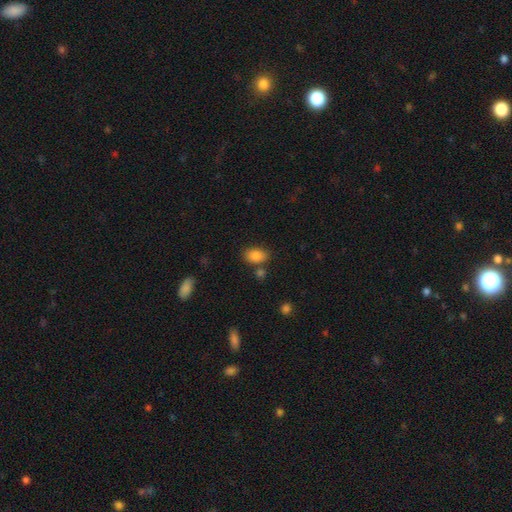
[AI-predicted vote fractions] Smooth or featured?
  - smooth: 85% *
  - star or artifact: 9%
  - featured or disk: 7%
How rounded?
  - in between: 86% *
  - round: 12%
  - cigar-shaped: 2%
Merging?
  - none: 73% *
  - minor disturbance: 14%
  - merger: 9%
  - major disturbance: 4%